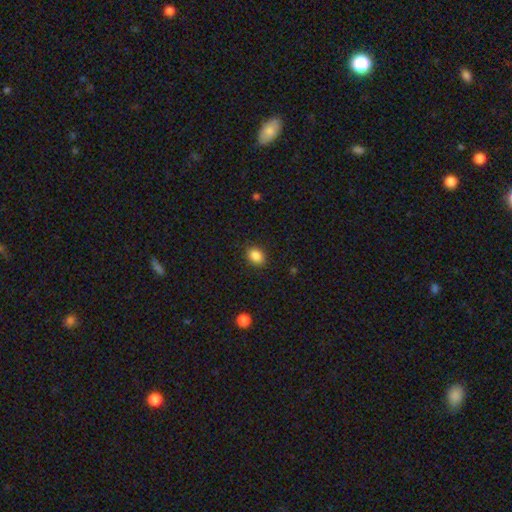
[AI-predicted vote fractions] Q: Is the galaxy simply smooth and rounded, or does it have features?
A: smooth — 88%.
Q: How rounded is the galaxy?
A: in between — 72%.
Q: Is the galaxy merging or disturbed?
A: none — 87%.